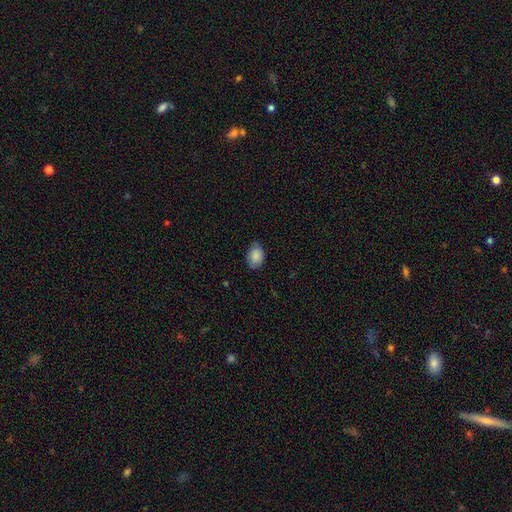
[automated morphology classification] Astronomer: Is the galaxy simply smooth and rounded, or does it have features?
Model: smooth — 88%.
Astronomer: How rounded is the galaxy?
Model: in between — 85%.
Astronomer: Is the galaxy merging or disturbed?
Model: none — 78%.